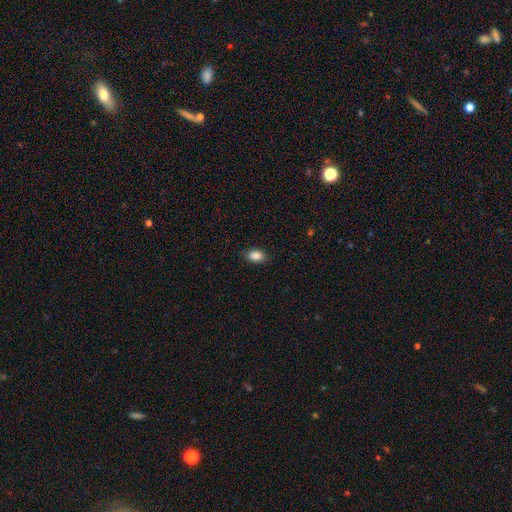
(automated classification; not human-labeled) smooth_or_featured: smooth (p=0.88) [alt: star or artifact p=0.08]
how_rounded: in between (p=0.84) [alt: round p=0.15]
merging: none (p=0.86) [alt: minor disturbance p=0.11]